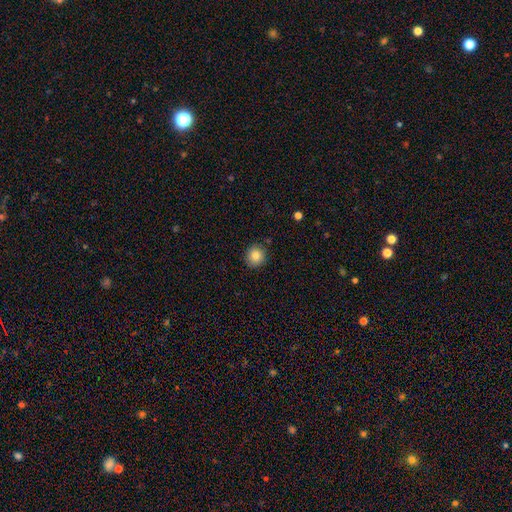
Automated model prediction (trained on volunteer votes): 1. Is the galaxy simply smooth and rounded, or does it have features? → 85% smooth, 9% star or artifact, 5% featured or disk.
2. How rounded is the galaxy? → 87% round, 12% in between, 1% cigar-shaped.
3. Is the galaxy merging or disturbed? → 87% none, 9% minor disturbance, 2% major disturbance, 2% merger.